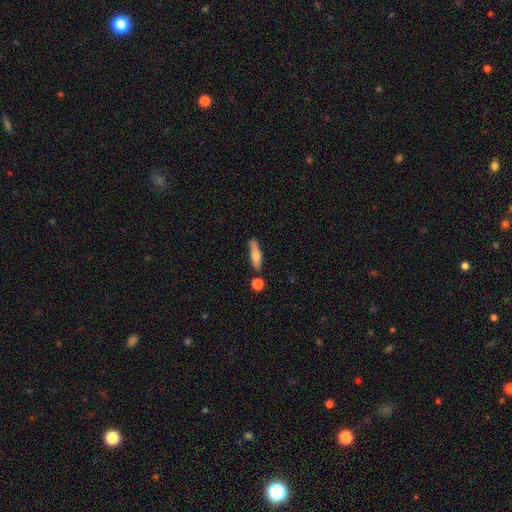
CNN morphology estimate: type=smooth (60%); roundness=cigar-shaped (66%); merging=none (69%).